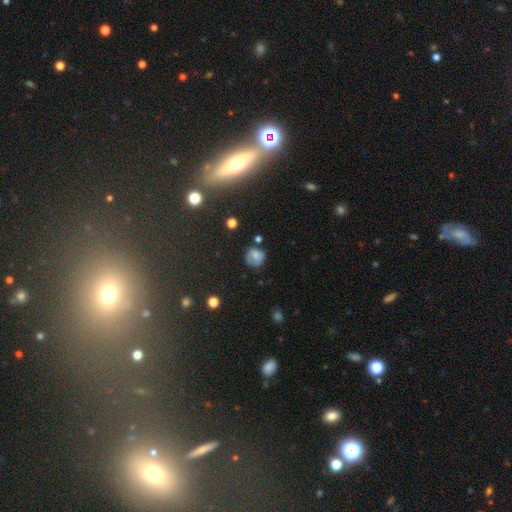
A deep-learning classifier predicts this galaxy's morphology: This appears to be a smooth galaxy with no disk features (69%) that is round (84%). Merging: none (65%).